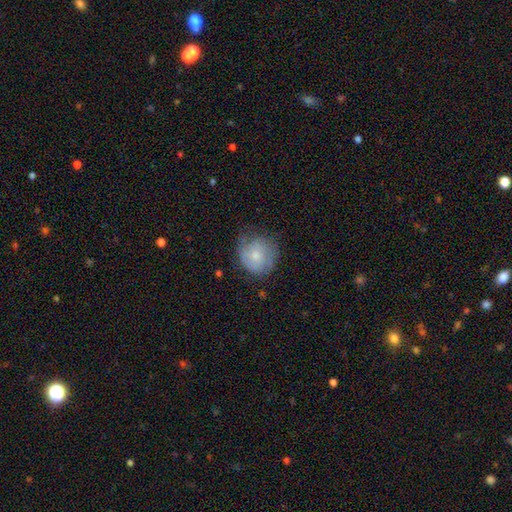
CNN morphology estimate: This is likely a smooth galaxy (66%). How rounded: clearly round (85%). Merging: possibly none (55%).